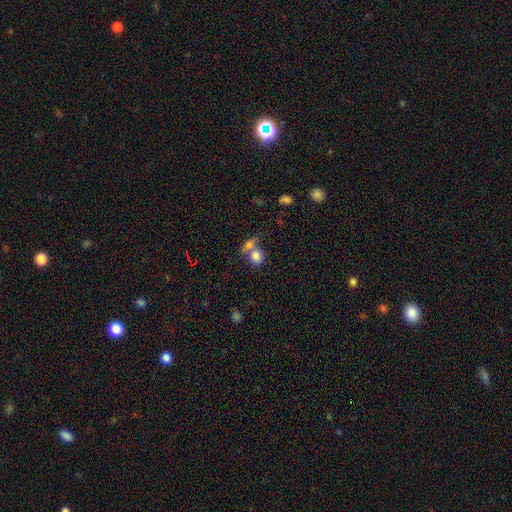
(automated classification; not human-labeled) Smooth or featured: smooth — 80% (featured or disk — 11%)
How rounded: round — 67% (in between — 31%)
Merging: merger — 50% (none — 37%)